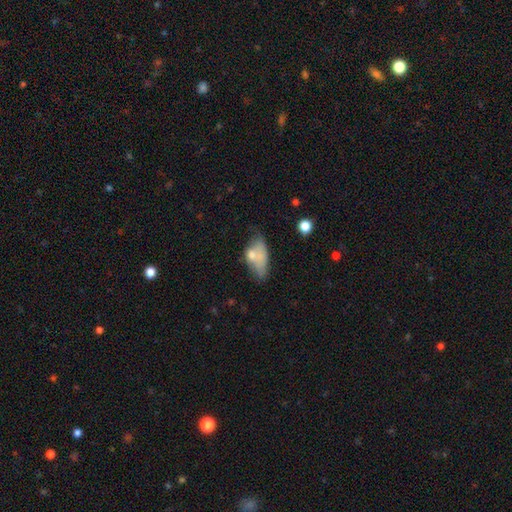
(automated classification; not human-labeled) A smooth galaxy with no disk features (65%) that is in between round and cigar-shaped (87%).

Vote fractions:
- Smooth or featured? smooth: 65% / featured or disk: 26% / star or artifact: 9%
- How rounded? in between: 87% / cigar-shaped: 6% / round: 6%
- Merging? minor disturbance: 28% / none: 27% / major disturbance: 22% / merger: 22%